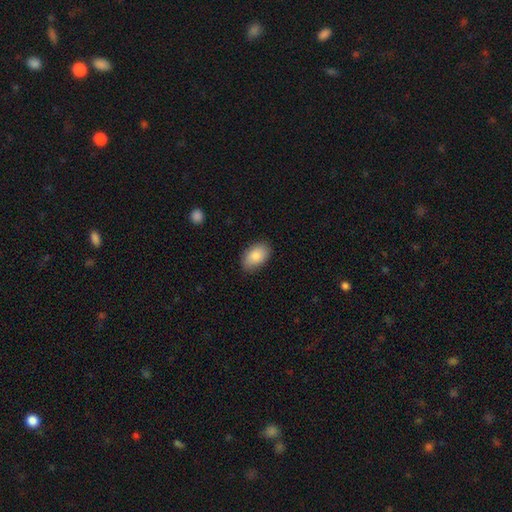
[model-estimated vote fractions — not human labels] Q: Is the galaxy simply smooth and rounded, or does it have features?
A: smooth — 86%.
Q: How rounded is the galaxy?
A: in between — 91%.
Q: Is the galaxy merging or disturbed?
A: none — 85%.